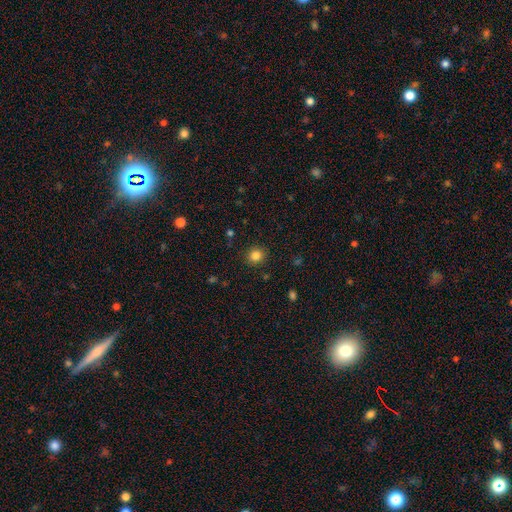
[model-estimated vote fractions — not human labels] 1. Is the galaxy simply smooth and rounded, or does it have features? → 83% smooth, 12% star or artifact, 5% featured or disk.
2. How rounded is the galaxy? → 89% round, 11% in between, 1% cigar-shaped.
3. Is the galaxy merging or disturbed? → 90% none, 7% minor disturbance, 2% major disturbance, 1% merger.